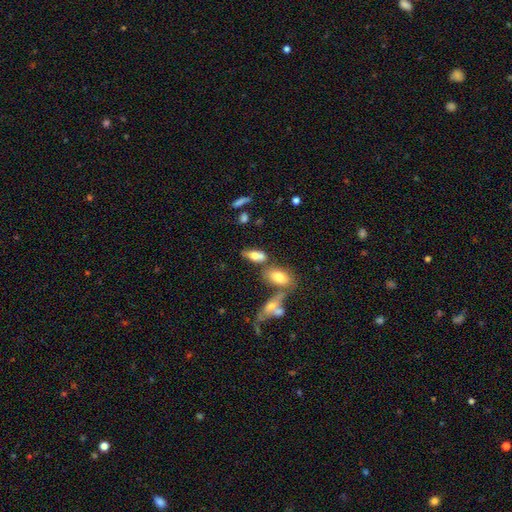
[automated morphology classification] Smooth or featured?
  - smooth: 68% *
  - featured or disk: 23%
  - star or artifact: 9%
How rounded?
  - in between: 80% *
  - cigar-shaped: 15%
  - round: 4%
Merging?
  - none: 49% *
  - merger: 29%
  - minor disturbance: 16%
  - major disturbance: 7%